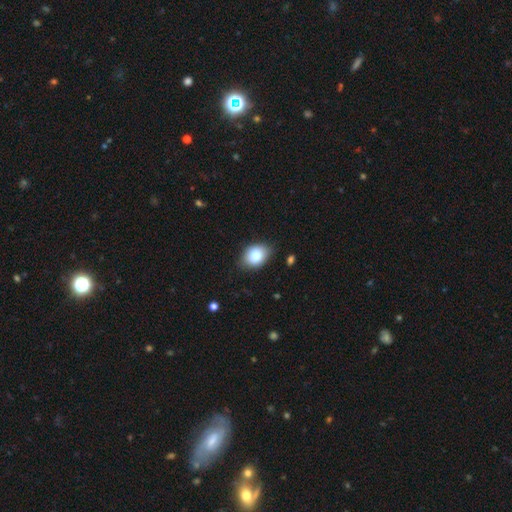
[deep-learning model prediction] This appears to be a smooth galaxy with no disk features (84%) that is in between round and cigar-shaped (70%). Merging: none (79%).